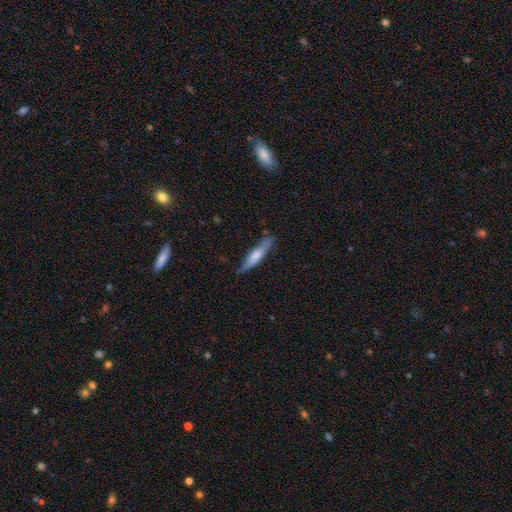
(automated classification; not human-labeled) Smooth or featured: smooth — 58% (featured or disk — 37%)
How rounded: cigar-shaped — 82% (in between — 16%)
Merging: none — 73% (minor disturbance — 21%)